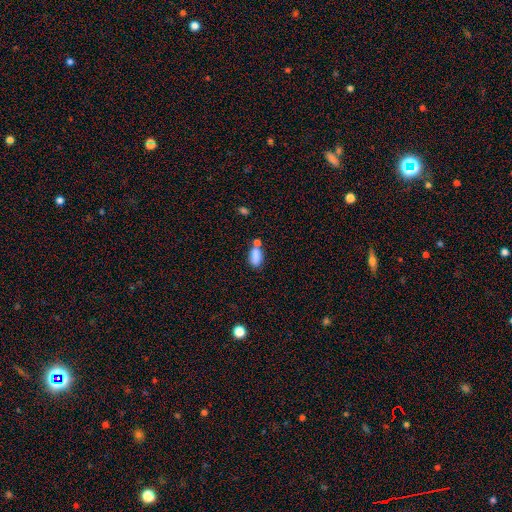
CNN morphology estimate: Q: Smooth or featured?
A: smooth (83%); runner-up: star or artifact (9%)
Q: How rounded?
A: in between (87%); runner-up: cigar-shaped (7%)
Q: Merging?
A: none (46%); runner-up: merger (32%)